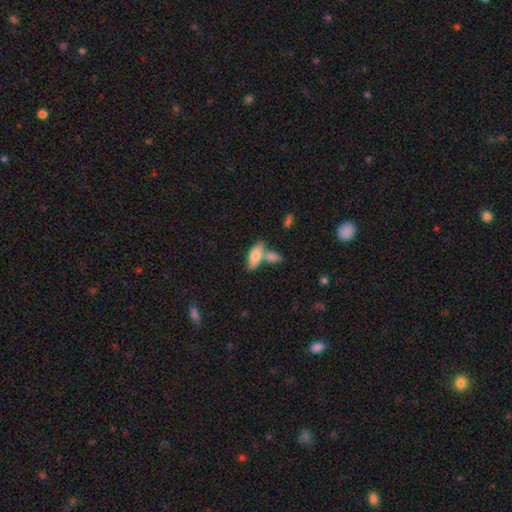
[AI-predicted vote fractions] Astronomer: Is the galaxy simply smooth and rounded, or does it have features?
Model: smooth — 80%.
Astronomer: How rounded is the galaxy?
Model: in between — 82%.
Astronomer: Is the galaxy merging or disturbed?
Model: none — 44% (runner-up: merger, 40%).